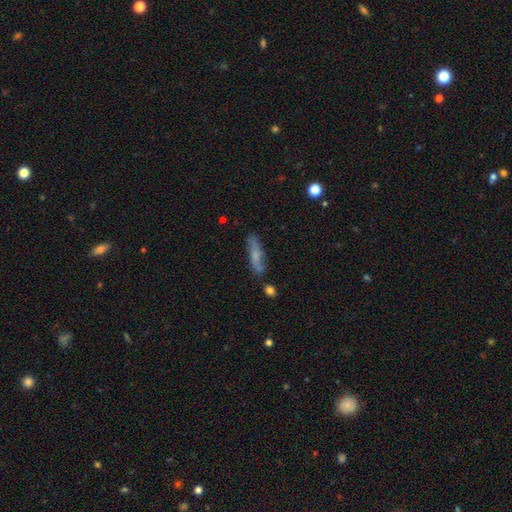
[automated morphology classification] A smooth galaxy with no disk features (59%) that is cigar-shaped (76%).

Vote fractions:
- Smooth or featured? smooth: 59% / featured or disk: 33% / star or artifact: 8%
- How rounded? cigar-shaped: 76% / in between: 22% / round: 2%
- Merging? none: 73% / minor disturbance: 17% / merger: 6% / major disturbance: 4%